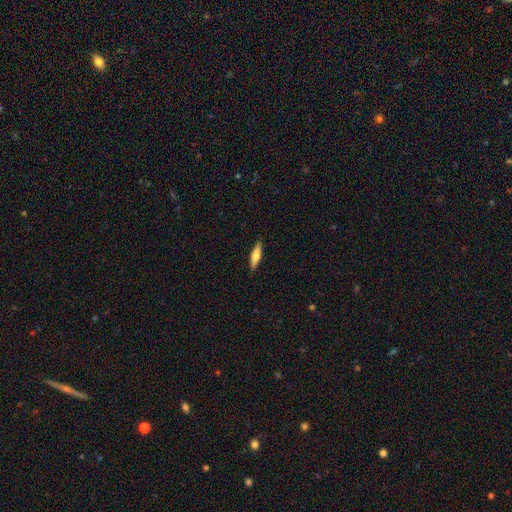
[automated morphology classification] A smooth galaxy with no disk features (63%) that is cigar-shaped (71%).

Vote fractions:
- Smooth or featured? smooth: 63% / featured or disk: 31% / star or artifact: 6%
- How rounded? cigar-shaped: 71% / in between: 27% / round: 2%
- Merging? none: 89% / minor disturbance: 8% / major disturbance: 2% / merger: 1%